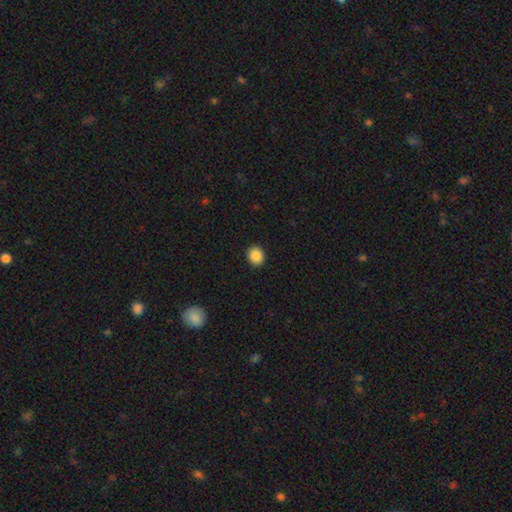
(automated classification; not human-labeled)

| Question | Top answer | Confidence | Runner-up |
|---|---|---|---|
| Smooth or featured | smooth | 88% | star or artifact (9%) |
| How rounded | round | 72% | in between (28%) |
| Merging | none | 92% | minor disturbance (6%) |